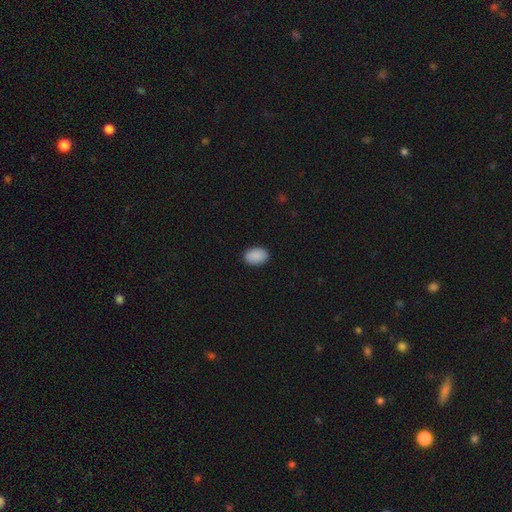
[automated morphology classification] smooth 91%, star or artifact 7%, featured or disk 3%. Down the decision tree: how rounded — in between (87%); merging — none (89%).